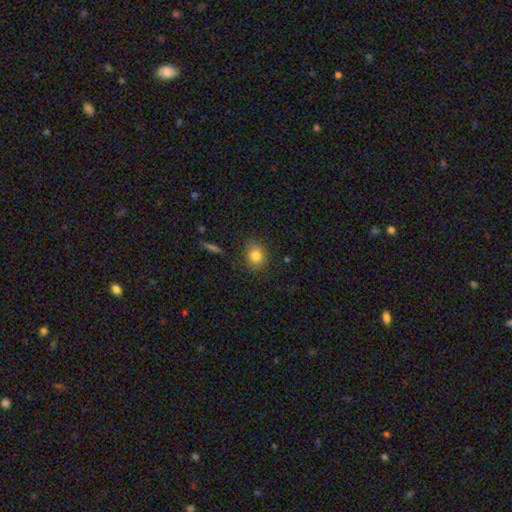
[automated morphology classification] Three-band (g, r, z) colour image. It shows a smooth galaxy with no disk features (82%) that is round (58%). Merging: none (81%).